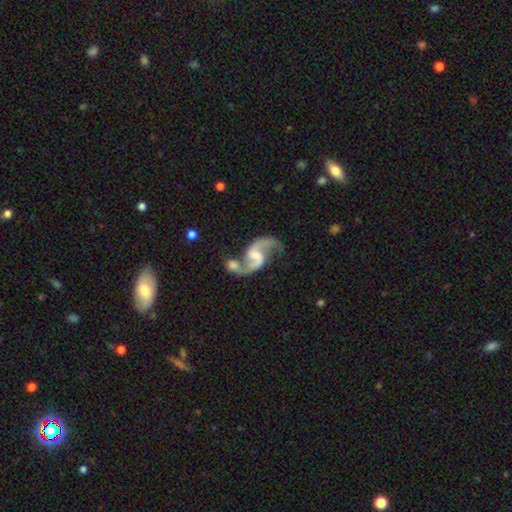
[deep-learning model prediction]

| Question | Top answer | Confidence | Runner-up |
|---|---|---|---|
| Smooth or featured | featured or disk | 91% | smooth (5%) |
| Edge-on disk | no | 98% | yes (2%) |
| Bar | weak | 55% | no (26%) |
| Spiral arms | yes | 97% | no (3%) |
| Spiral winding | loose | 60% | medium (34%) |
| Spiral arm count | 2 | 94% | 1 (2%) |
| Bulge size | small | 45% | moderate (39%) |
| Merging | none | 44% | merger (35%) |